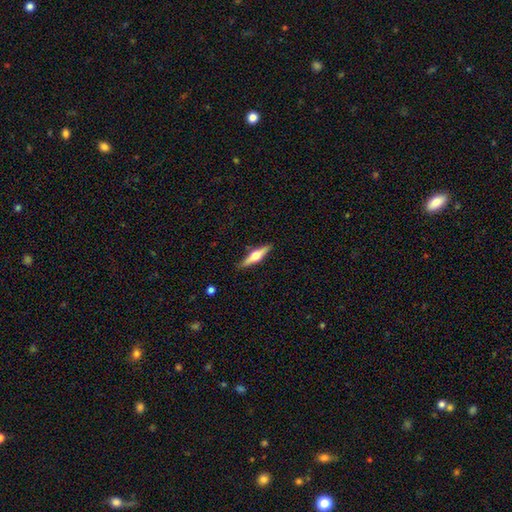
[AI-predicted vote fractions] smooth-or-featured: featured or disk: 64% | smooth: 30% | star or artifact: 5%
  disk-edge-on: yes: 96% | no: 4%
    edge-on-bulge: rounded: 95% | boxy: 3% | none: 2%
  merging: none: 89% | minor disturbance: 8% | major disturbance: 2% | merger: 1%